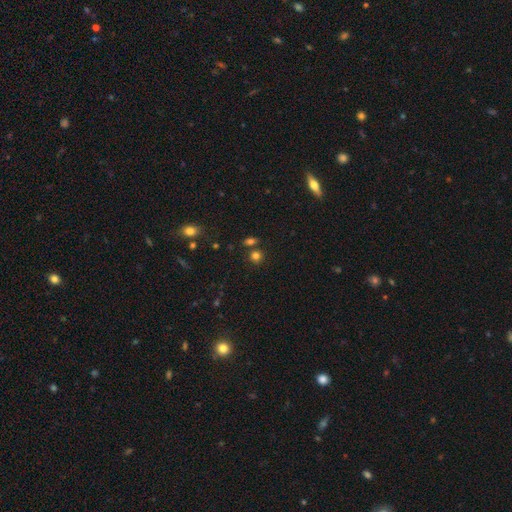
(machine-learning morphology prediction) Smooth or featured: smooth — 77% (star or artifact — 17%)
How rounded: round — 80% (in between — 19%)
Merging: none — 72% (merger — 16%)